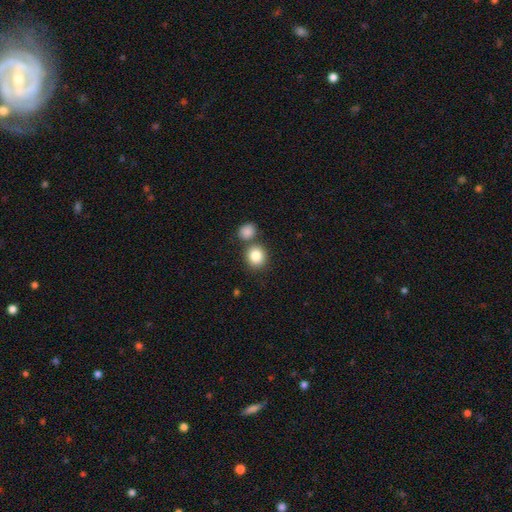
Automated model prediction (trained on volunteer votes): Smooth or featured?
  - smooth: 84% *
  - star or artifact: 9%
  - featured or disk: 7%
How rounded?
  - round: 84% *
  - in between: 15%
  - cigar-shaped: 1%
Merging?
  - none: 68% *
  - merger: 21%
  - minor disturbance: 9%
  - major disturbance: 3%